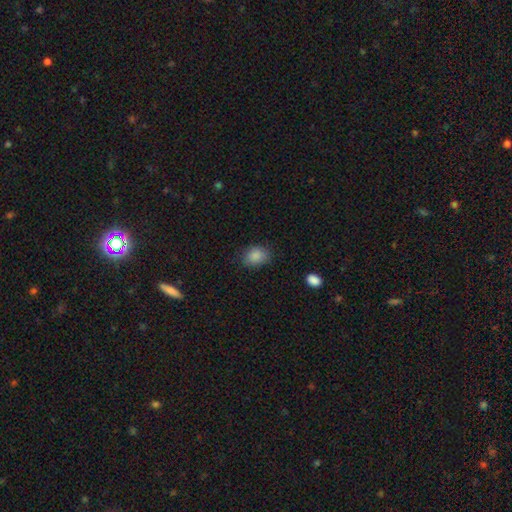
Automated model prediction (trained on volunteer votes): Q: Smooth or featured?
A: smooth (87%); runner-up: star or artifact (9%)
Q: How rounded?
A: in between (64%); runner-up: round (35%)
Q: Merging?
A: none (78%); runner-up: minor disturbance (17%)